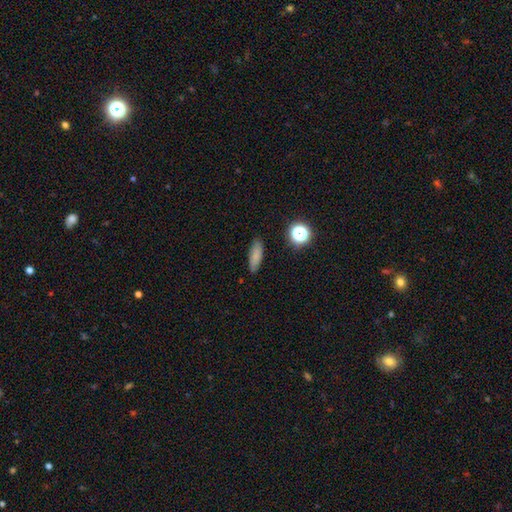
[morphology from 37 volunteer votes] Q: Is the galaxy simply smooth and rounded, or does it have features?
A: smooth — 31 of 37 (84%).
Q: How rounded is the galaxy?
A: in between — 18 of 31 (58%).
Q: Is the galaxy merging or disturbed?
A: none — 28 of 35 (80%).